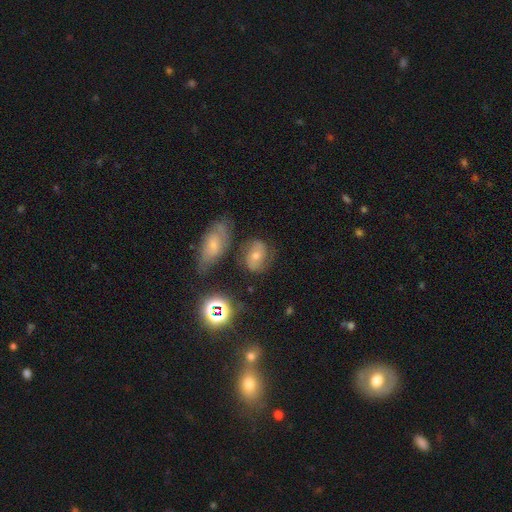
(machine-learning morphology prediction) Smooth or featured? Predicted: featured or disk (p=0.48). Merging? Predicted: none (p=0.61).